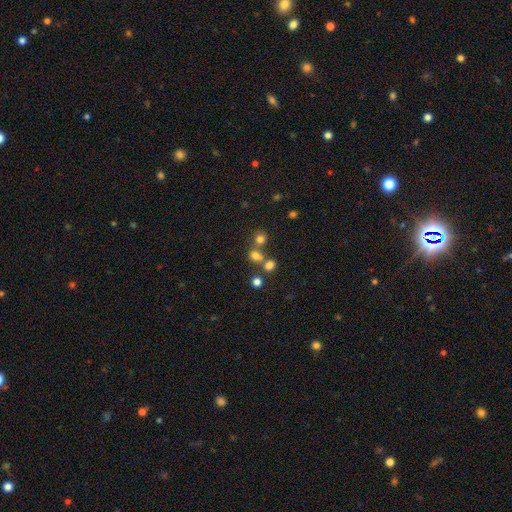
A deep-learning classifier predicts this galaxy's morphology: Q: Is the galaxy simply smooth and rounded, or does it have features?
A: smooth — 69%.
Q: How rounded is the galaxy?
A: round — 77%.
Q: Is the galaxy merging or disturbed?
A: none — 54%.